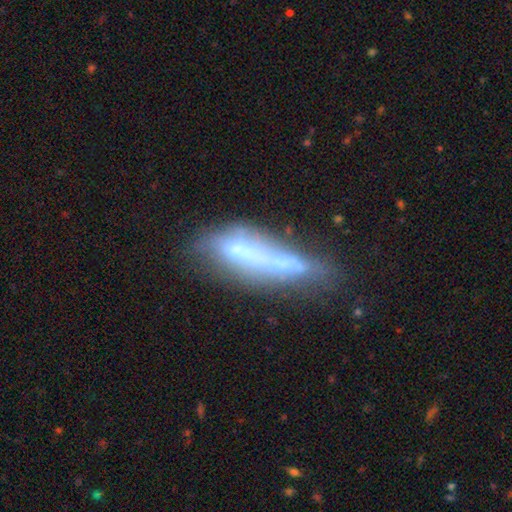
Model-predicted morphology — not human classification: A featured or disk galaxy (52%) viewed edge-on (55%). Merging: none (42%).